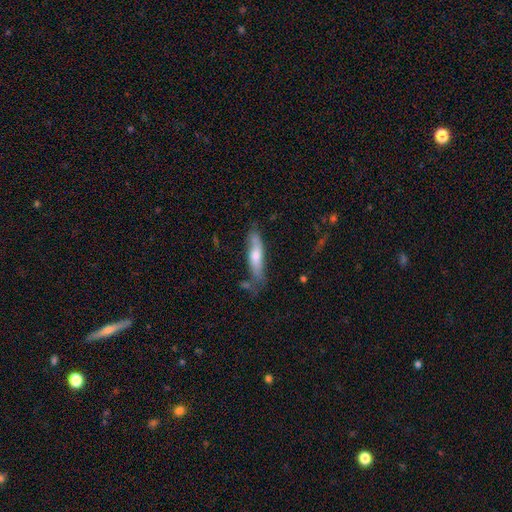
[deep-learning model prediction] Smooth or featured? Predicted: featured or disk (p=0.47). Merging? Predicted: none (p=0.69).